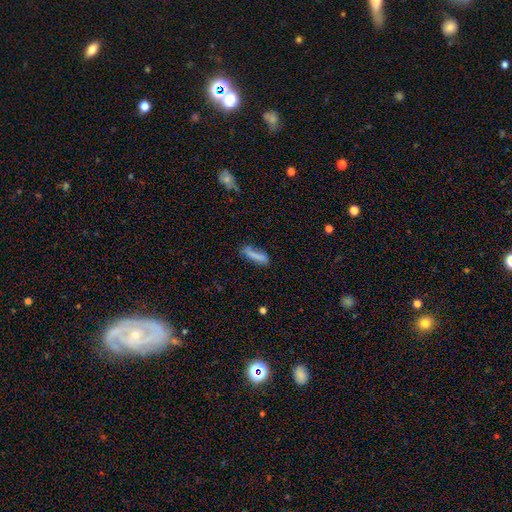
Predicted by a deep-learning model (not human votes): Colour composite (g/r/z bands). It shows a smooth galaxy with no disk features (77%) that is cigar-shaped (68%). Merging: none (62%).